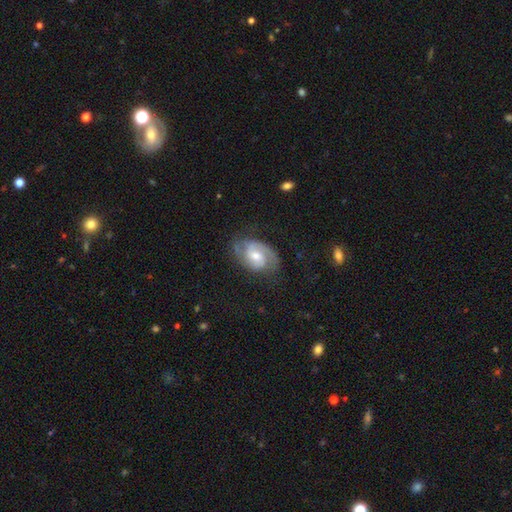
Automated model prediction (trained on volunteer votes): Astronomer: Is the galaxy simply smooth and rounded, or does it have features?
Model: featured or disk — 83%.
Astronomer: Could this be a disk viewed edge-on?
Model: no — 97%.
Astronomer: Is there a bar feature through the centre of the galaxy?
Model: weak — 45%, tied with no at 45%.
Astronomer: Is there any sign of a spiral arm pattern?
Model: yes — 96%.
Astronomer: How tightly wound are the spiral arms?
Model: medium — 46% (runner-up: tight, 41%).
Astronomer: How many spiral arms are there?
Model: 2 — 82%.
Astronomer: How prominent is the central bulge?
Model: moderate — 62%.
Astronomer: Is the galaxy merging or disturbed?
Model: none — 72%.